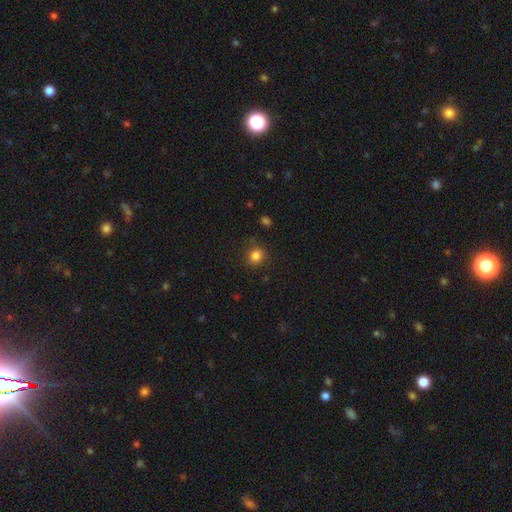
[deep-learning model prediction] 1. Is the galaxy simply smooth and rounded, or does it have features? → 83% smooth, 12% star or artifact, 5% featured or disk.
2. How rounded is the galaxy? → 82% round, 17% in between, 1% cigar-shaped.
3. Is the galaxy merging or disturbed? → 86% none, 9% minor disturbance, 3% major disturbance, 2% merger.